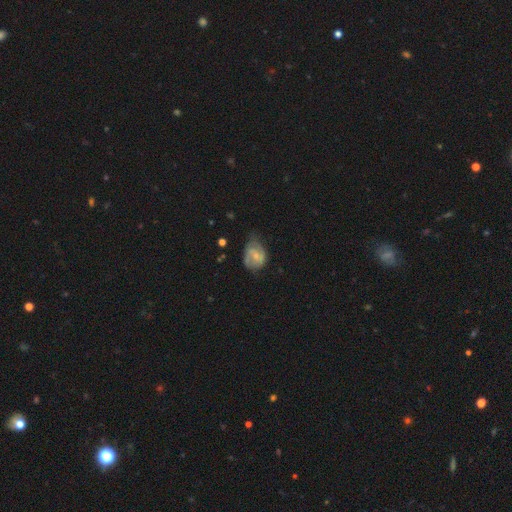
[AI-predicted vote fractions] A featured or disk galaxy (59%) with no bar (53%), spiral arms (80%) and a small central bulge (59%). Merging: none (44%).